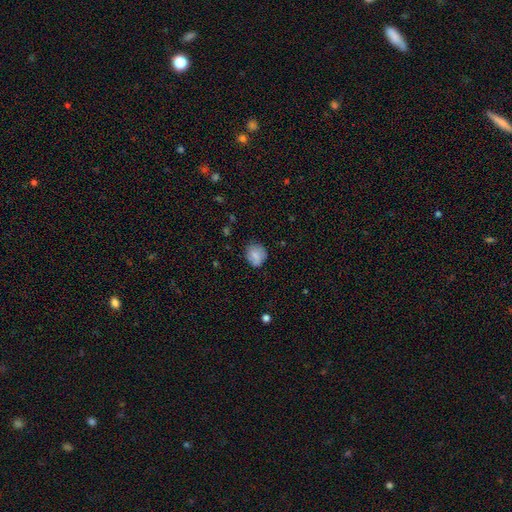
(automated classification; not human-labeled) This appears to be a smooth galaxy with no disk features (76%) that is round (72%). Merging: none (72%).